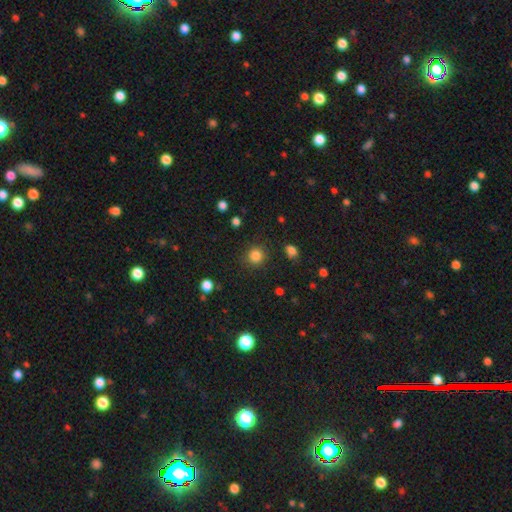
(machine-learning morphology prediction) This is clearly a smooth galaxy (84%). How rounded: clearly round (91%). Merging: clearly none (88%).